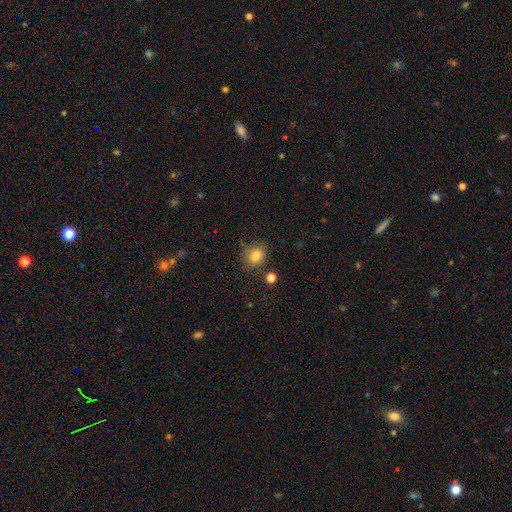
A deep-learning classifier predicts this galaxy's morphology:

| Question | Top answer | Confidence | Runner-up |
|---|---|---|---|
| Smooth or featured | smooth | 81% | star or artifact (11%) |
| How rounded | round | 55% | in between (44%) |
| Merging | none | 71% | minor disturbance (18%) |